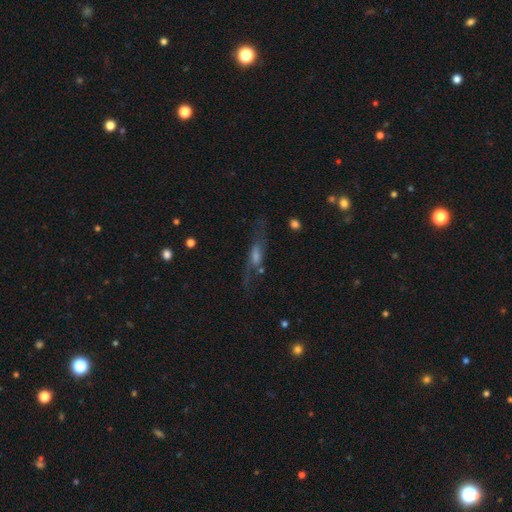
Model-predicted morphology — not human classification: Smooth or featured: featured or disk — 61% (smooth — 25%)
Edge-on disk: no — 52% (yes — 48%)
Merging: none — 65% (minor disturbance — 18%)